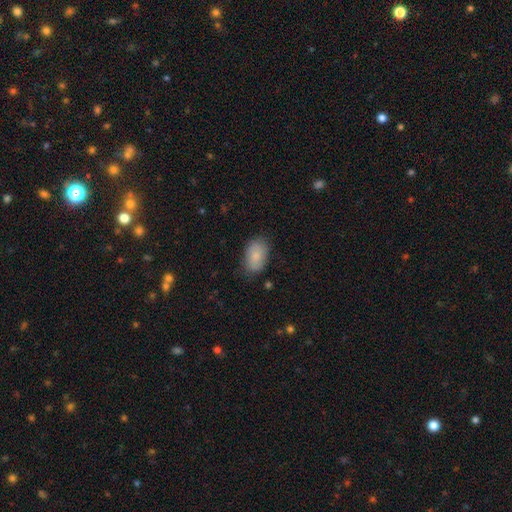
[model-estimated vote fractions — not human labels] Q: Smooth or featured?
A: smooth (83%); runner-up: featured or disk (10%)
Q: How rounded?
A: in between (90%); runner-up: round (9%)
Q: Merging?
A: none (78%); runner-up: minor disturbance (17%)